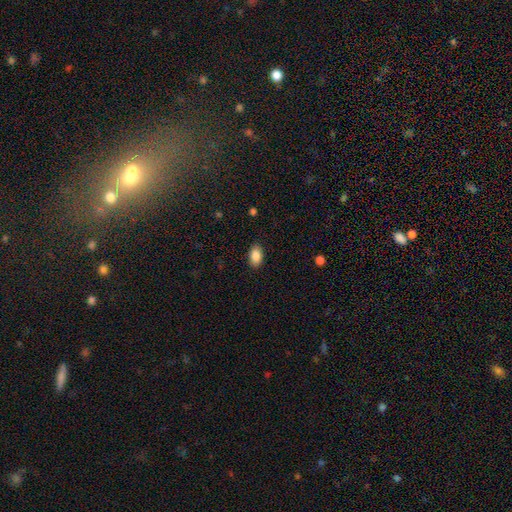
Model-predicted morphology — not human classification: Smooth or featured?
  - smooth: 88% *
  - star or artifact: 7%
  - featured or disk: 5%
How rounded?
  - in between: 91% *
  - round: 7%
  - cigar-shaped: 1%
Merging?
  - none: 89% *
  - minor disturbance: 8%
  - major disturbance: 2%
  - merger: 1%